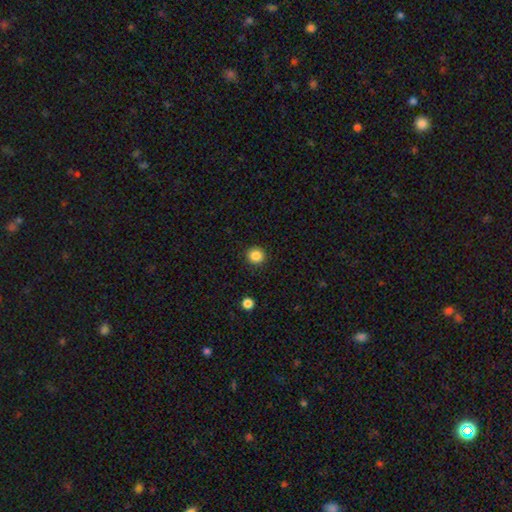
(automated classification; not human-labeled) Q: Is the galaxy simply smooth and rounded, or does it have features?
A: smooth — 86%.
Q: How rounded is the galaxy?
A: round — 91%.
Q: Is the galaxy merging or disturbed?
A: none — 92%.